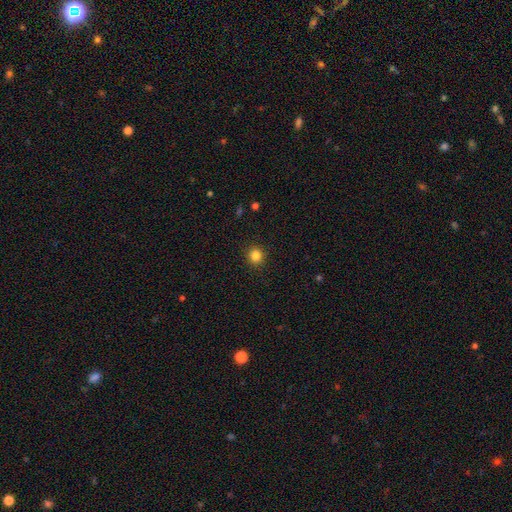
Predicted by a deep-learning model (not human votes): Smooth or featured? smooth (83%)
How rounded? round (92%)
Merging? none (92%)